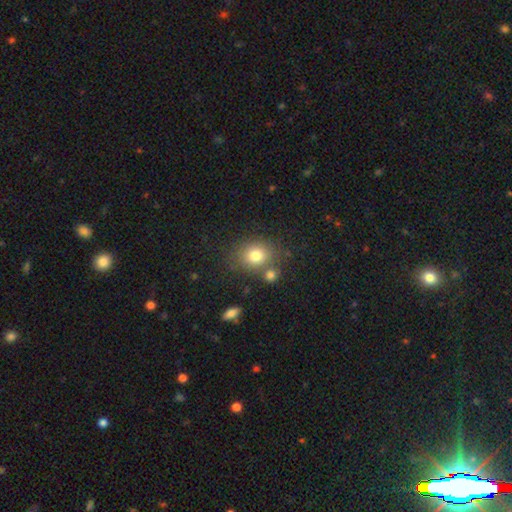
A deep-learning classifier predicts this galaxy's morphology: Overall: smooth (79%). How rounded: round (57%; in between 41%). Merging: none (66%).